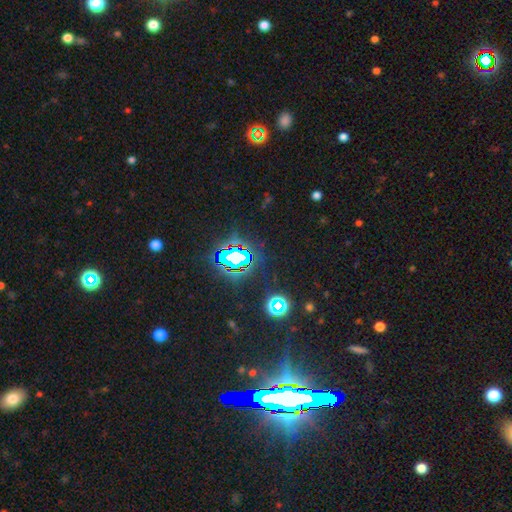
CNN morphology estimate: A star or artifact, not a galaxy (80%).